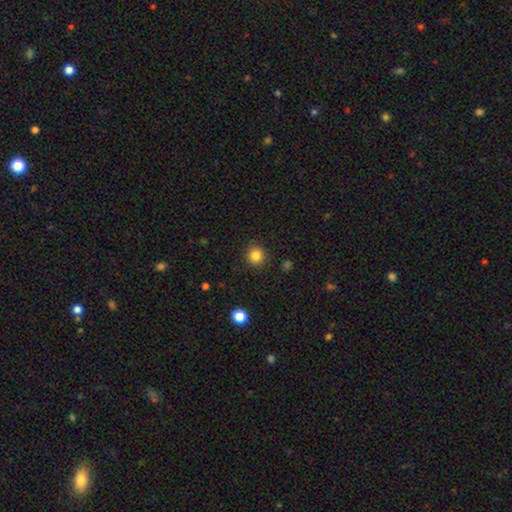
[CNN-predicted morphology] Smooth or featured? smooth (84%)
How rounded? round (92%)
Merging? none (90%)